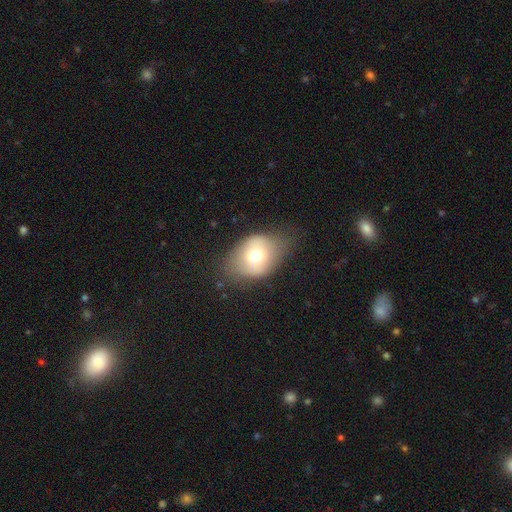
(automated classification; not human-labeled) smooth-or-featured: smooth: 67% | featured or disk: 24% | star or artifact: 9%
  how-rounded: in between: 72% | round: 27% | cigar-shaped: 1%
  merging: none: 63% | minor disturbance: 25% | major disturbance: 10% | merger: 2%